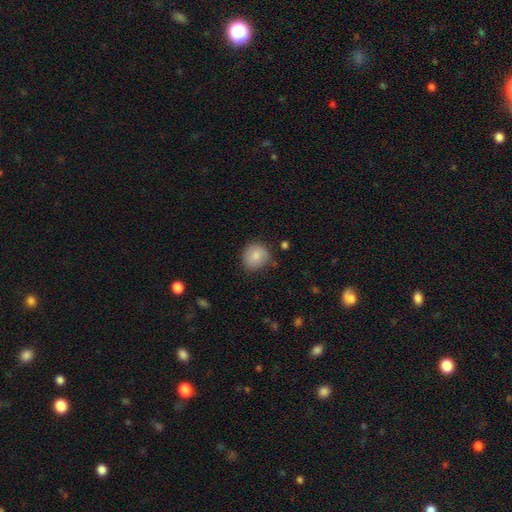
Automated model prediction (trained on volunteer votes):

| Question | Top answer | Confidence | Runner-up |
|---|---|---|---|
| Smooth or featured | smooth | 83% | featured or disk (9%) |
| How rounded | round | 83% | in between (16%) |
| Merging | none | 74% | minor disturbance (19%) |